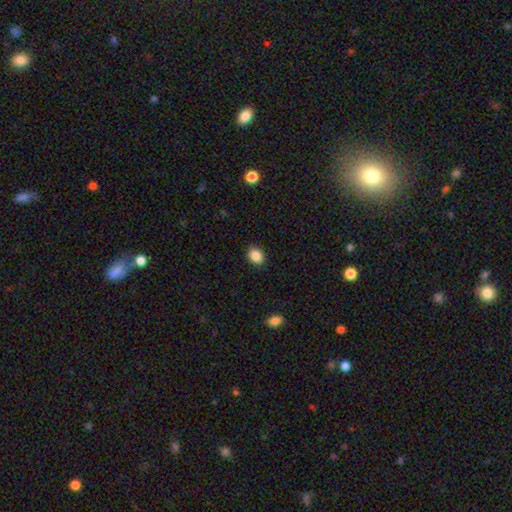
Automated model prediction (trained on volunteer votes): A smooth galaxy with no disk features (87%) that is in between round and cigar-shaped (59%). Merging: none (89%).